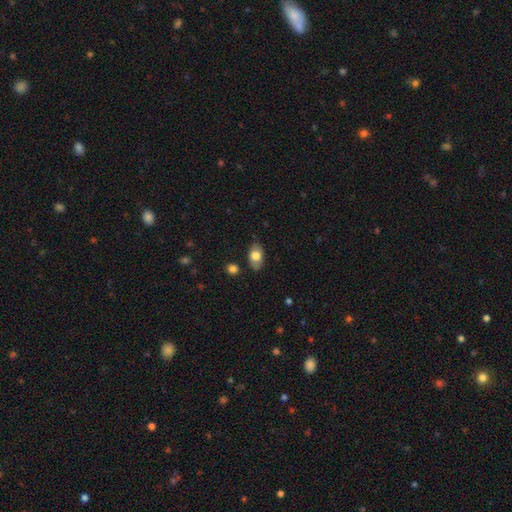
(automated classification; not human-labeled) Smooth or featured? Predicted: smooth (p=0.74). How rounded? Predicted: in between (p=0.89). Merging? Predicted: none (p=0.81).